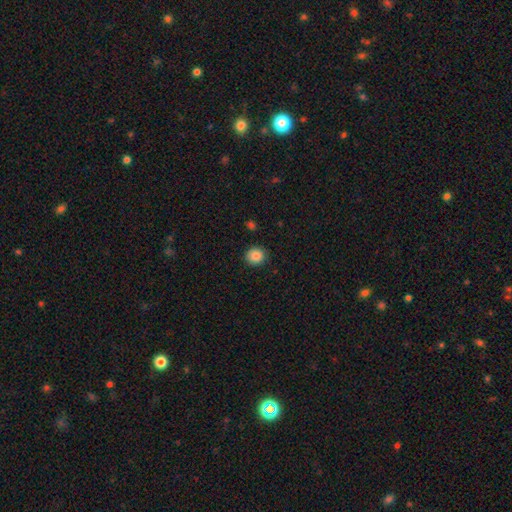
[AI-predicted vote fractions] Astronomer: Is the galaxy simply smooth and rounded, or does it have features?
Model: smooth — 87%.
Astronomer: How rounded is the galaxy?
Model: round — 86%.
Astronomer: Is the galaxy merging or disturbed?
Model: none — 90%.